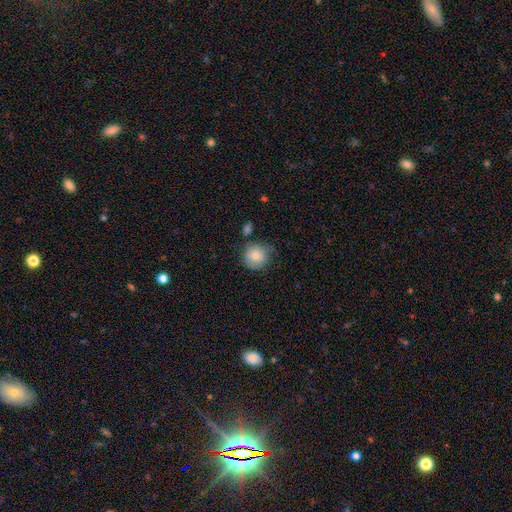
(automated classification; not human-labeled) A smooth galaxy with no disk features (83%) that is round (91%).

Vote fractions:
- Smooth or featured? smooth: 83% / featured or disk: 9% / star or artifact: 8%
- How rounded? round: 91% / in between: 8% / cigar-shaped: 1%
- Merging? none: 72% / minor disturbance: 17% / merger: 6% / major disturbance: 4%